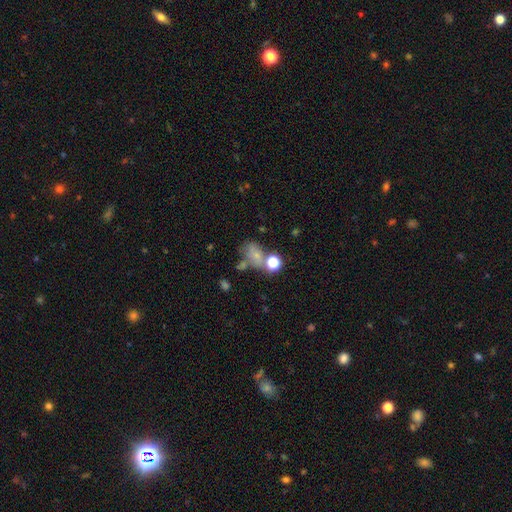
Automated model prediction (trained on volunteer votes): Smooth or featured?
  - smooth: 61% *
  - featured or disk: 20%
  - star or artifact: 19%
How rounded?
  - in between: 60% *
  - round: 38%
  - cigar-shaped: 2%
Merging?
  - merger: 34% *
  - none: 33%
  - minor disturbance: 17%
  - major disturbance: 16%